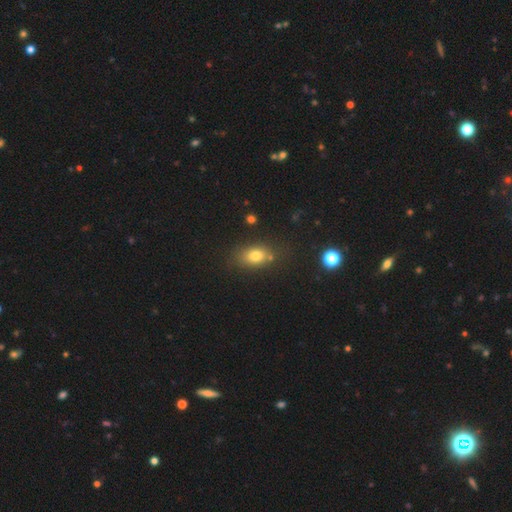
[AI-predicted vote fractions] smooth-or-featured: smooth: 77% | star or artifact: 12% | featured or disk: 11%
  how-rounded: in between: 74% | round: 23% | cigar-shaped: 3%
  merging: none: 72% | minor disturbance: 15% | merger: 7% | major disturbance: 5%